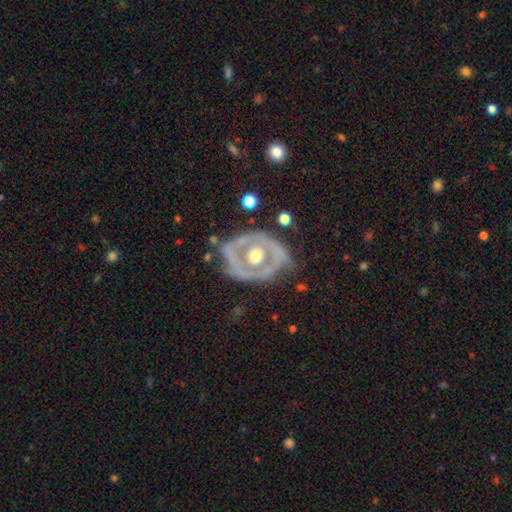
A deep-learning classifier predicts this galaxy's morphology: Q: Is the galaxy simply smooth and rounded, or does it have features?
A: featured or disk — 72%.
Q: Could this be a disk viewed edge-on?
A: no — 94%.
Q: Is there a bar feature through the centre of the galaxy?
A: no — 85%.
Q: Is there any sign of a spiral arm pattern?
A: no — 74%.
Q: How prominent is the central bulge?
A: moderate — 74%.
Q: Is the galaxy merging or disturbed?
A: none — 60%.